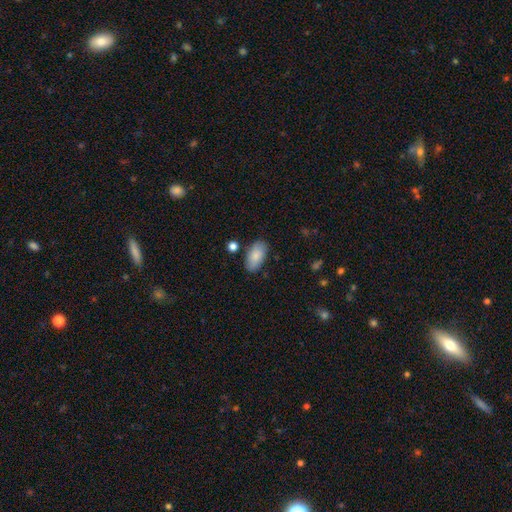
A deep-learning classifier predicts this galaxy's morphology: This appears to be a smooth galaxy with no disk features (84%) that is in between round and cigar-shaped (94%). Merging: none (82%).